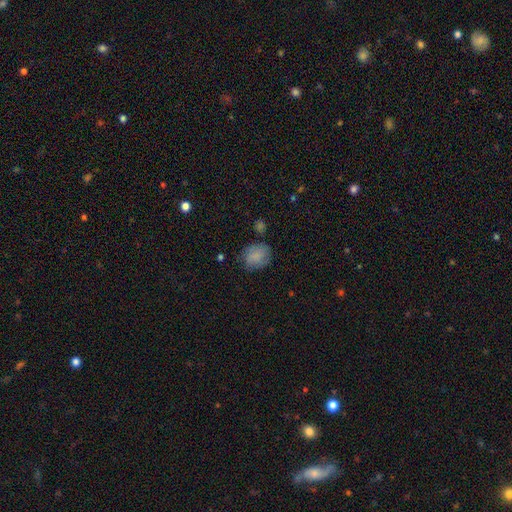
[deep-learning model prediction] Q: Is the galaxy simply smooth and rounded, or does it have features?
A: smooth — 82%.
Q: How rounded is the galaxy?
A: round — 56%.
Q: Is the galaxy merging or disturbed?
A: none — 67%.